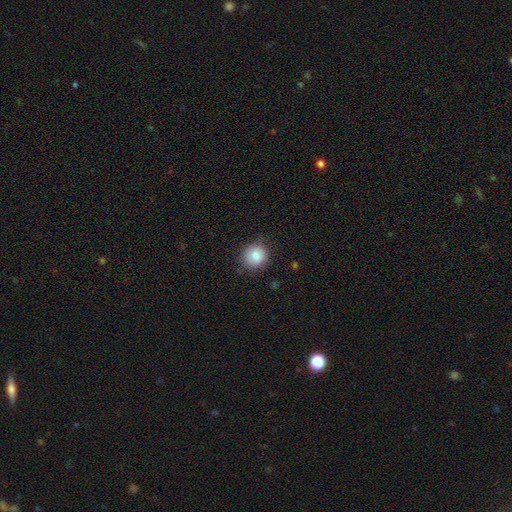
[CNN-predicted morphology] smooth 84%, star or artifact 9%, featured or disk 8%. Down the decision tree: how rounded — round (84%); merging — none (80%).